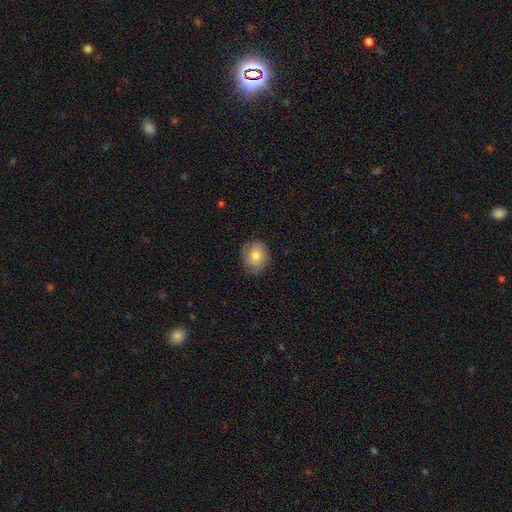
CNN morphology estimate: smooth_or_featured: smooth (p=0.71) [alt: featured or disk p=0.21]
how_rounded: round (p=0.68) [alt: in between p=0.31]
merging: none (p=0.77) [alt: minor disturbance p=0.18]